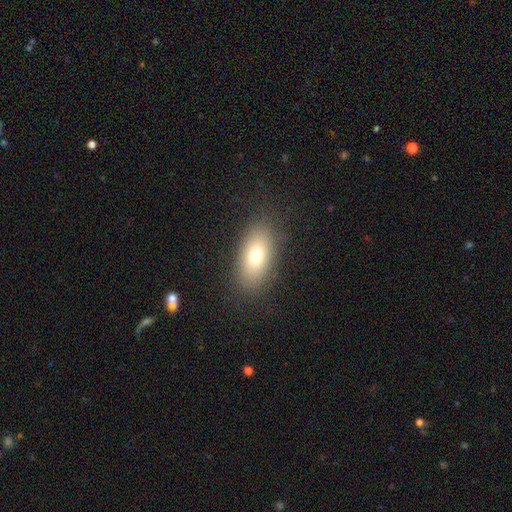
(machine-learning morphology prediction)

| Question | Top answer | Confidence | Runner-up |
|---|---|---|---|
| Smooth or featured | smooth | 75% | featured or disk (16%) |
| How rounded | in between | 87% | cigar-shaped (7%) |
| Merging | none | 86% | minor disturbance (10%) |